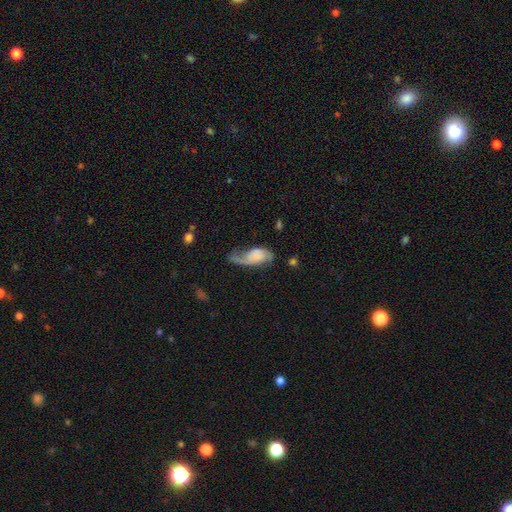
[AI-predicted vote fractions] Smooth or featured: featured or disk — 63% (smooth — 29%)
Edge-on disk: no — 95% (yes — 5%)
Bar: no — 66% (weak — 27%)
Spiral arms: yes — 89% (no — 11%)
Spiral winding: loose — 60% (medium — 28%)
Spiral arm count: 2 — 63% (1 — 29%)
Bulge size: none — 49% (small — 19%)
Merging: major disturbance — 36% (none — 33%)